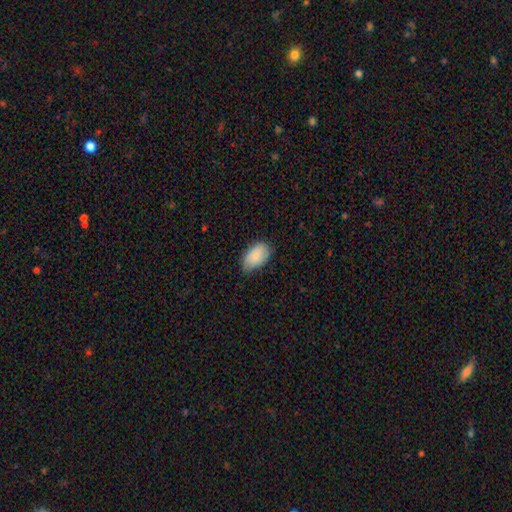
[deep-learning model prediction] Smooth or featured: smooth — 83% (featured or disk — 11%)
How rounded: in between — 92% (round — 6%)
Merging: none — 64% (minor disturbance — 30%)